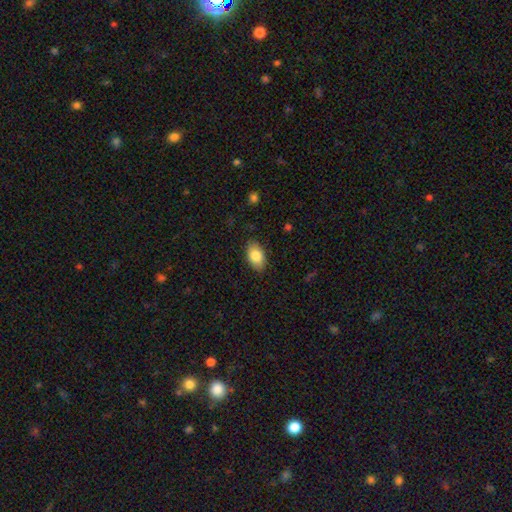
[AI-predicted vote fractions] This appears to be a smooth galaxy with no disk features (83%) that is in between round and cigar-shaped (92%). Merging: none (86%).